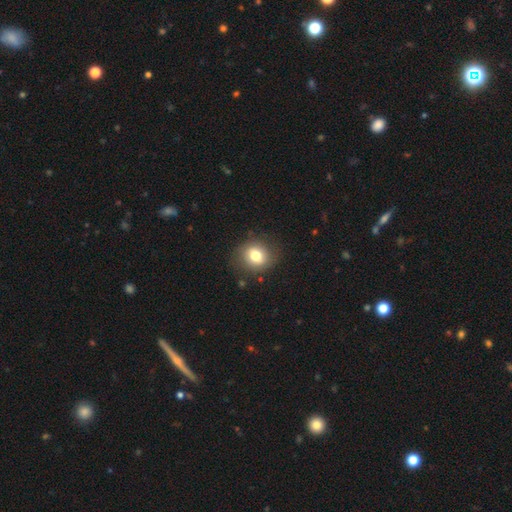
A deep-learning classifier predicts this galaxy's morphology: This appears to be a smooth galaxy with no disk features (76%) that is round (72%). Merging: none (83%).